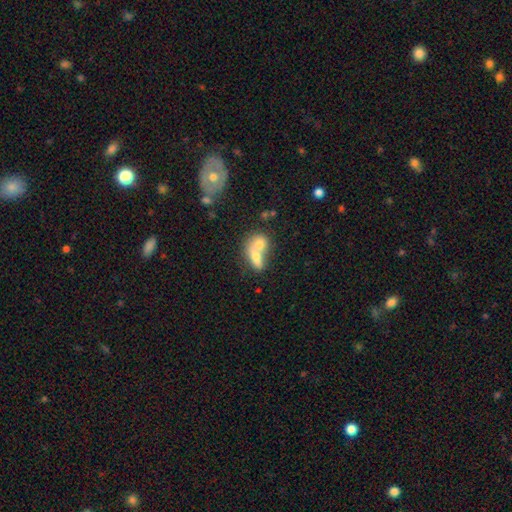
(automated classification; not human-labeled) A smooth galaxy with no disk features (65%) that is in between round and cigar-shaped (66%).

Vote fractions:
- Smooth or featured? smooth: 65% / featured or disk: 26% / star or artifact: 9%
- How rounded? in between: 66% / round: 25% / cigar-shaped: 9%
- Merging? merger: 70% / none: 18% / minor disturbance: 7% / major disturbance: 5%